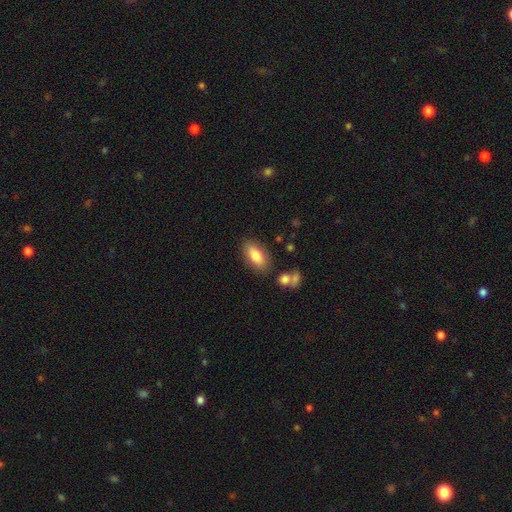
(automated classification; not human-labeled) A smooth galaxy with no disk features (81%) that is in between round and cigar-shaped (85%). Merging: none (80%).